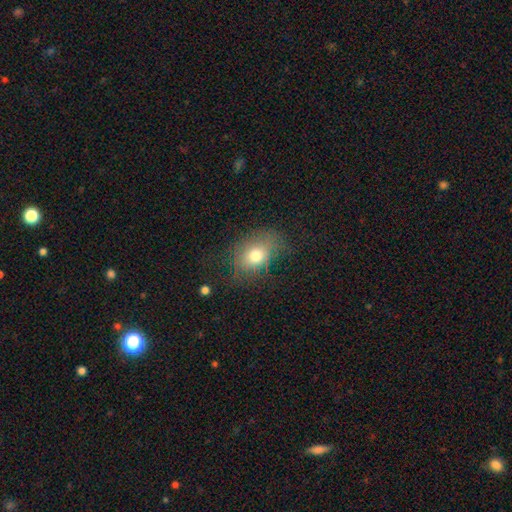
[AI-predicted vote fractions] Morphology: type=smooth (75%); roundness=in between (68%); merging=none (60%).